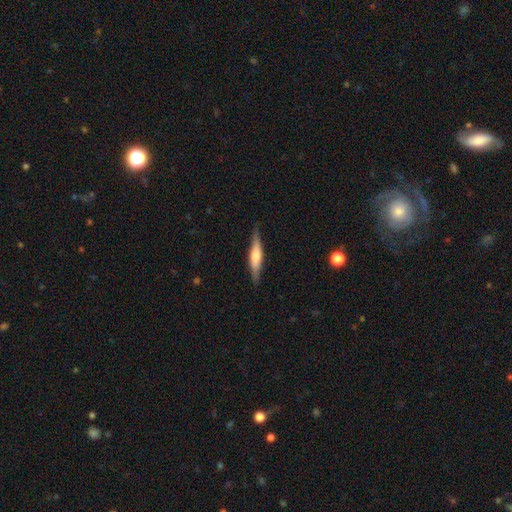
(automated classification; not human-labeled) Smooth or featured? Predicted: featured or disk (p=0.54). Edge-on disk? Predicted: yes (p=0.95). Edge-on bulge? Predicted: rounded (p=0.72). Merging? Predicted: none (p=0.85).